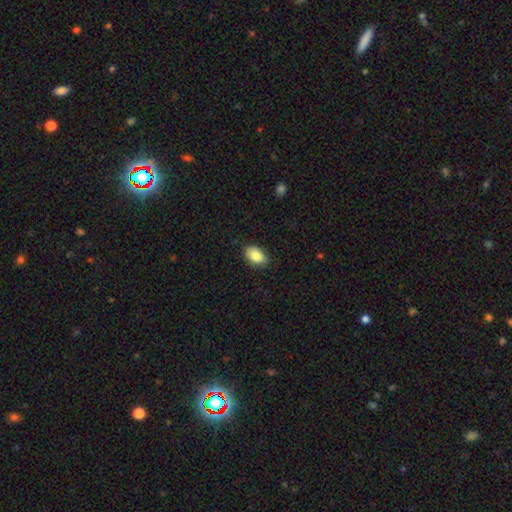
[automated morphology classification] Smooth or featured? smooth (86%)
How rounded? in between (90%)
Merging? none (86%)